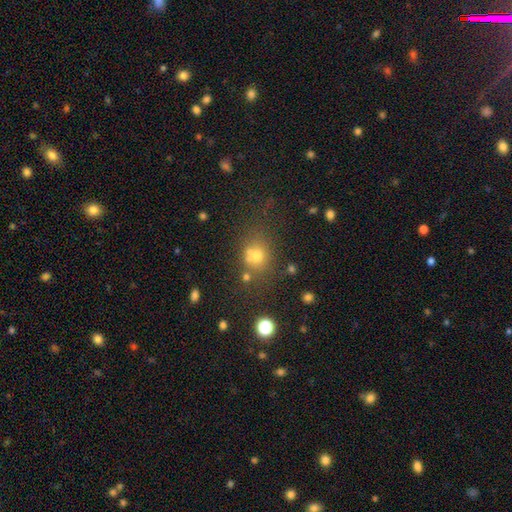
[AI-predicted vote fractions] Smooth or featured?
  - smooth: 65% *
  - star or artifact: 22%
  - featured or disk: 13%
How rounded?
  - round: 77% *
  - in between: 22%
  - cigar-shaped: 1%
Merging?
  - none: 58% *
  - merger: 22%
  - minor disturbance: 13%
  - major disturbance: 7%